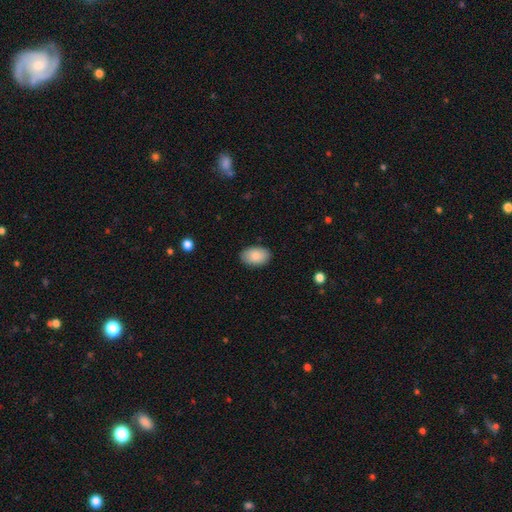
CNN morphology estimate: Smooth or featured: smooth — 88% (star or artifact — 6%)
How rounded: in between — 92% (round — 7%)
Merging: none — 87% (minor disturbance — 10%)